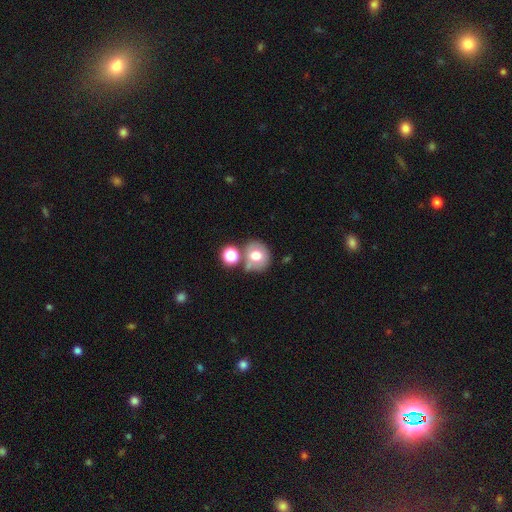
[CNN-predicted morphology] smooth-or-featured: smooth: 64% | featured or disk: 24% | star or artifact: 11%
  how-rounded: round: 78% | in between: 21% | cigar-shaped: 1%
  merging: none: 57% | merger: 23% | minor disturbance: 14% | major disturbance: 6%